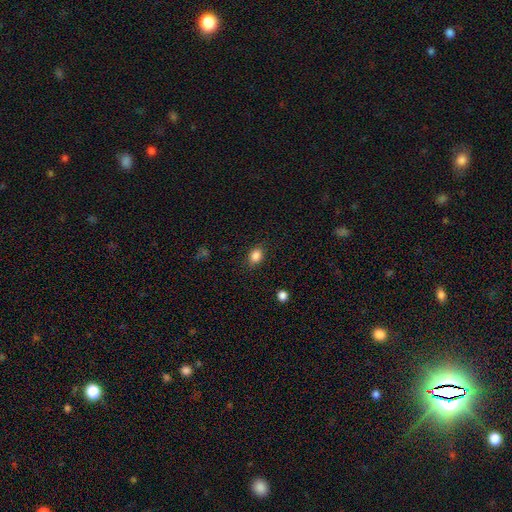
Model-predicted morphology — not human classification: Q: Smooth or featured?
A: smooth (85%); runner-up: star or artifact (10%)
Q: How rounded?
A: in between (61%); runner-up: round (38%)
Q: Merging?
A: none (84%); runner-up: minor disturbance (11%)